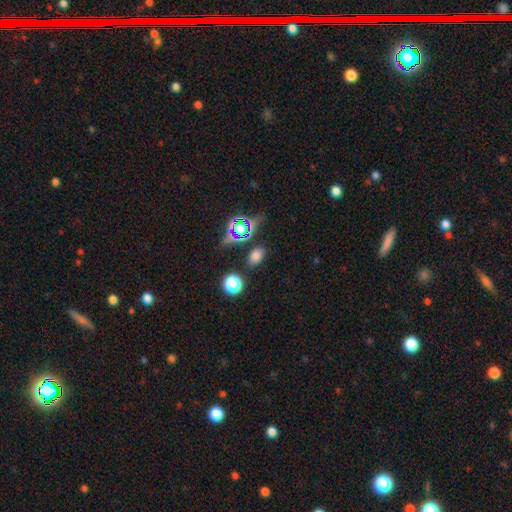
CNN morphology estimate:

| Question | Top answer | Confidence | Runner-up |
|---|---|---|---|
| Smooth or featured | smooth | 70% | star or artifact (23%) |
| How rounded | in between | 82% | round (16%) |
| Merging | none | 81% | minor disturbance (11%) |